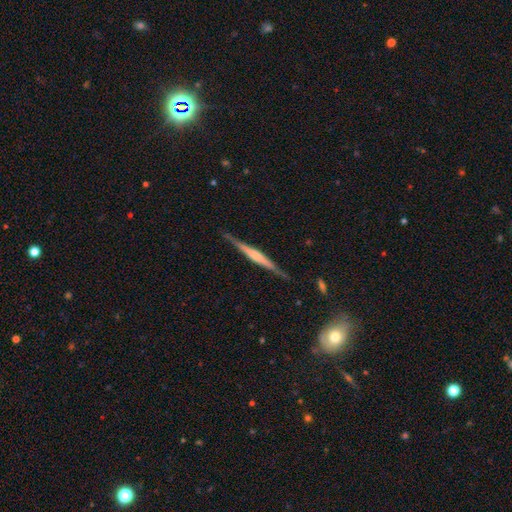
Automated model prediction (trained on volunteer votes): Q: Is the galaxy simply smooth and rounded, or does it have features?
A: featured or disk — 73%.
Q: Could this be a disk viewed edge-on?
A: yes — 98%.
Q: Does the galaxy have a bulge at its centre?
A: rounded — 46%.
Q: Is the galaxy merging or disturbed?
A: none — 87%.